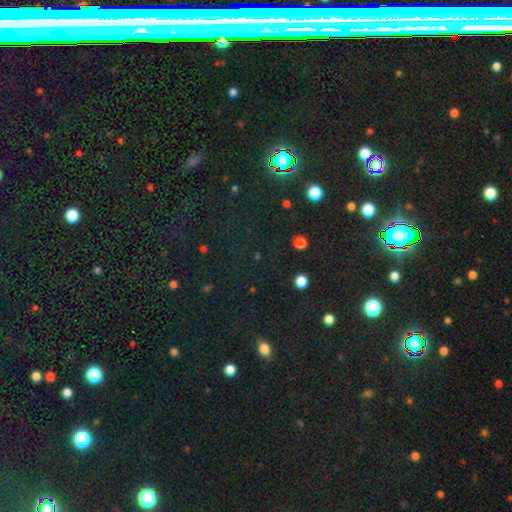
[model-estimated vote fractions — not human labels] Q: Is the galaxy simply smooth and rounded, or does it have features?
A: star or artifact — 73%.